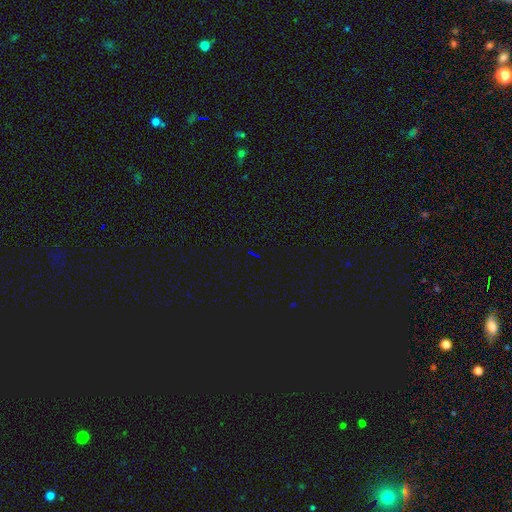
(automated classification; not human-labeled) Overall: star or artifact (78%).